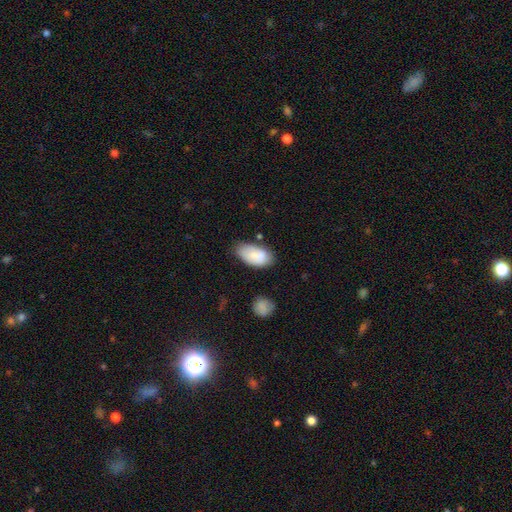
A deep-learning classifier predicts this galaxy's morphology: Overall: smooth (77%). How rounded: in between (94%). Merging: none (62%; minor disturbance 26%).